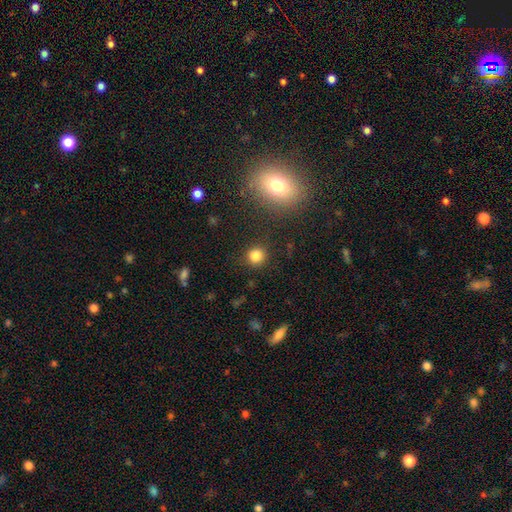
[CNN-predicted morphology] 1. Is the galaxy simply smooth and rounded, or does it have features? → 83% smooth, 12% star or artifact, 5% featured or disk.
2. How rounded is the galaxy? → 90% round, 9% in between, 1% cigar-shaped.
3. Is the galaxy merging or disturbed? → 88% none, 7% minor disturbance, 3% major disturbance, 2% merger.